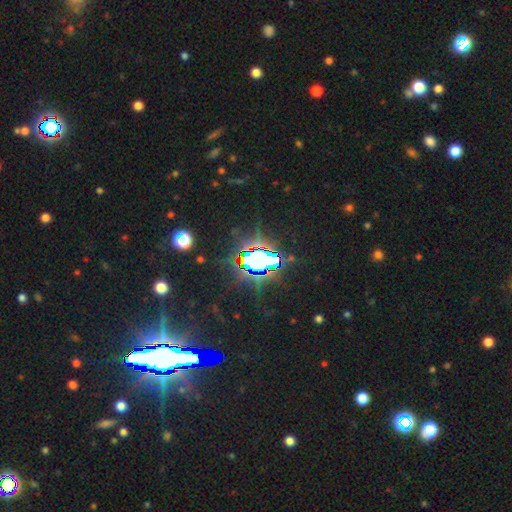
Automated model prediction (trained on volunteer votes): Smooth or featured: star or artifact — 79% (smooth — 11%)